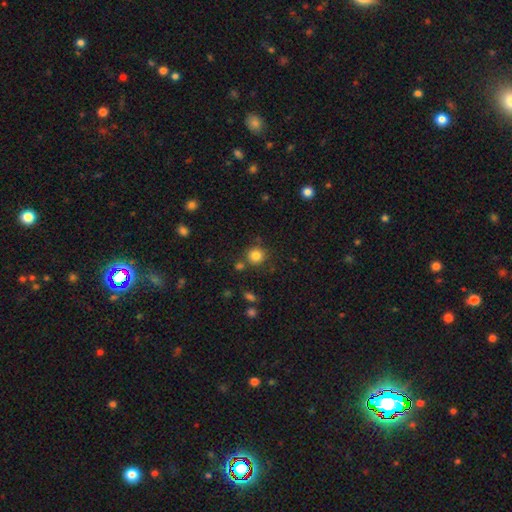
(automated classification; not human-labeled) smooth-or-featured: smooth: 83% | star or artifact: 12% | featured or disk: 6%
  how-rounded: round: 91% | in between: 8% | cigar-shaped: 1%
  merging: none: 80% | minor disturbance: 9% | merger: 8% | major disturbance: 3%